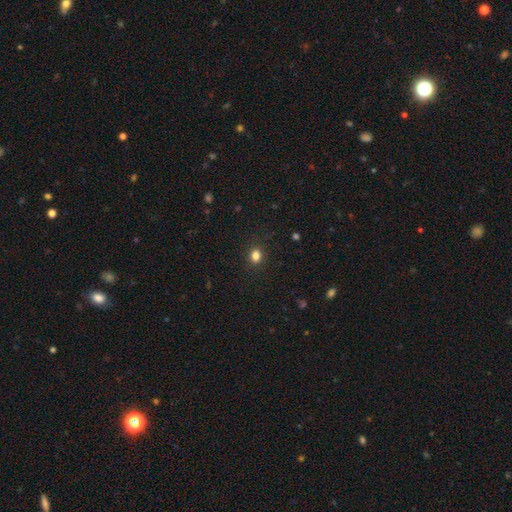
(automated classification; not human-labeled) smooth-or-featured: smooth: 83% | star or artifact: 13% | featured or disk: 4%
  how-rounded: round: 57% | in between: 42% | cigar-shaped: 1%
  merging: none: 89% | minor disturbance: 7% | major disturbance: 2% | merger: 1%